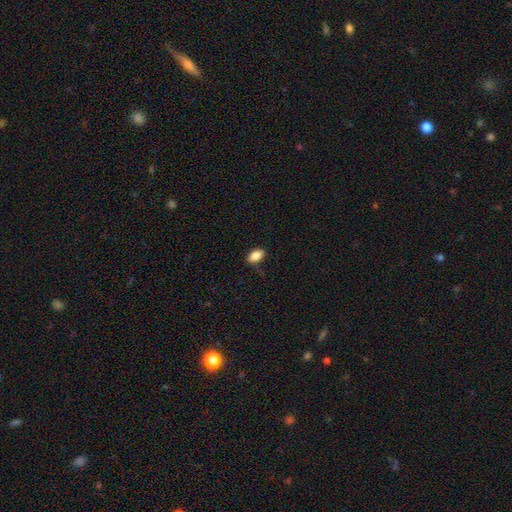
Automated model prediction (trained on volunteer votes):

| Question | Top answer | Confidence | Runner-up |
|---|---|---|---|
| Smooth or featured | smooth | 84% | star or artifact (8%) |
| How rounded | in between | 91% | round (6%) |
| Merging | none | 82% | minor disturbance (14%) |